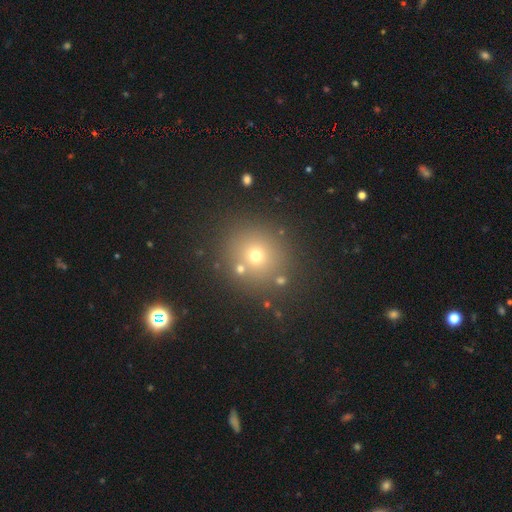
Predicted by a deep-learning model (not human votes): Morphology: type=smooth (64%); roundness=round (88%); merging=none (80%).